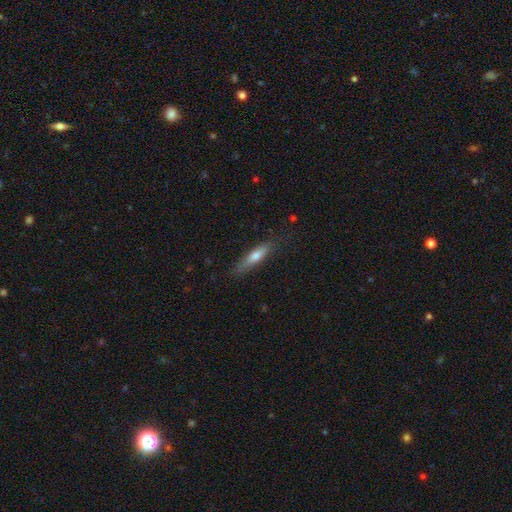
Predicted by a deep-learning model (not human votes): The model was most divided on "smooth or featured": smooth: 63%, featured or disk: 31%, star or artifact: 6%. More confident: merging — none (79%); how rounded — cigar-shaped (76%).